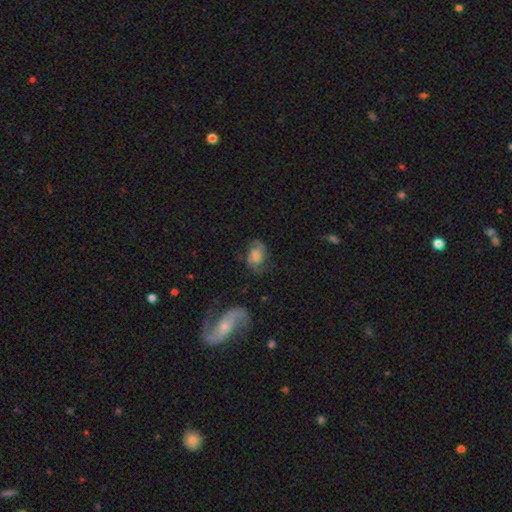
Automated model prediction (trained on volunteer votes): This appears to be a featured or disk galaxy (62%) with no bar (55%), 2 (81%) medium (47%) spiral arms (90%) and a small central bulge (39%). Merging: none (64%).